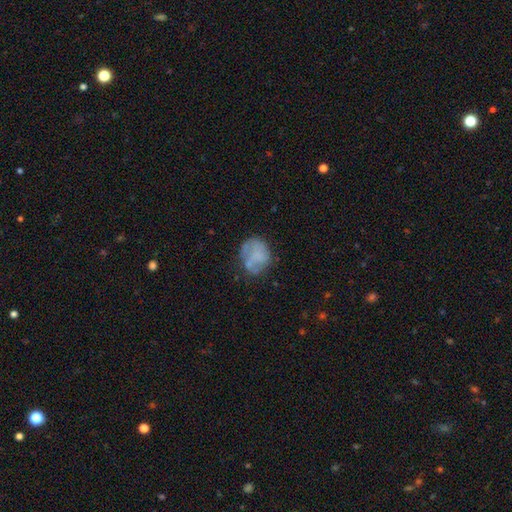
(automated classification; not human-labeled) Smooth or featured? smooth (51%)
How rounded? round (63%)
Merging? none (52%)